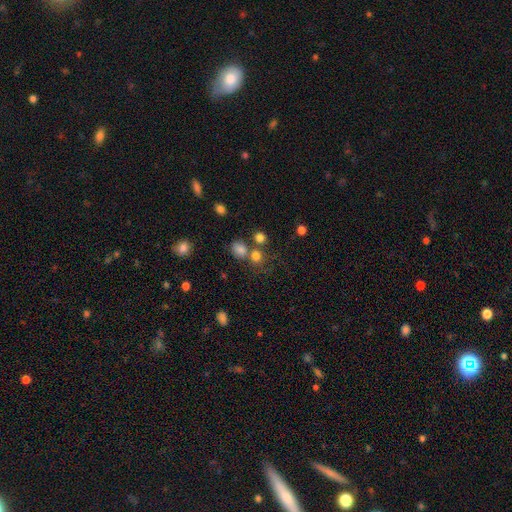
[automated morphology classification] type=smooth (76%); roundness=round (81%); merging=none (59%).